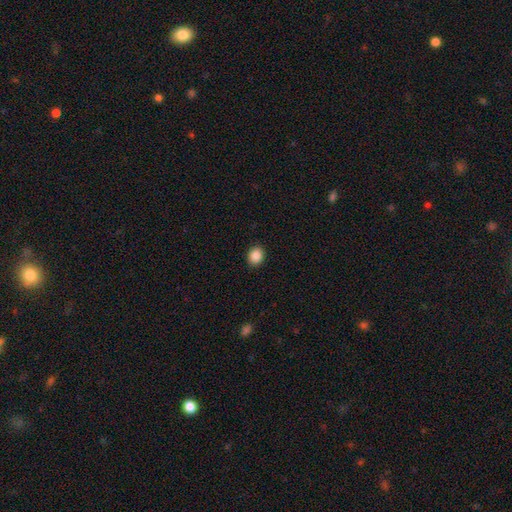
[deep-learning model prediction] This appears to be a smooth galaxy with no disk features (87%) that is round (62%). Merging: none (91%).